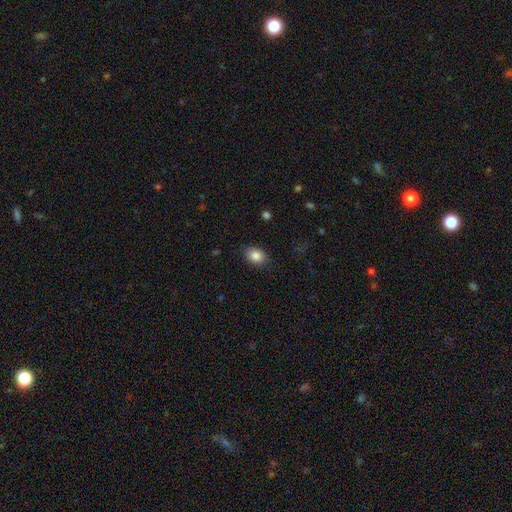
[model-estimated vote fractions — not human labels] This appears to be a smooth galaxy with no disk features (86%) that is in between round and cigar-shaped (72%). Merging: none (85%).